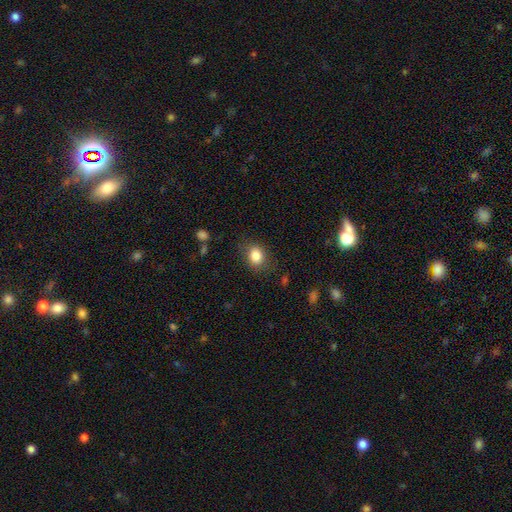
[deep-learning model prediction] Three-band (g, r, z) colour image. It shows a smooth galaxy with no disk features (84%) that is in between round and cigar-shaped (53%). Merging: none (81%).